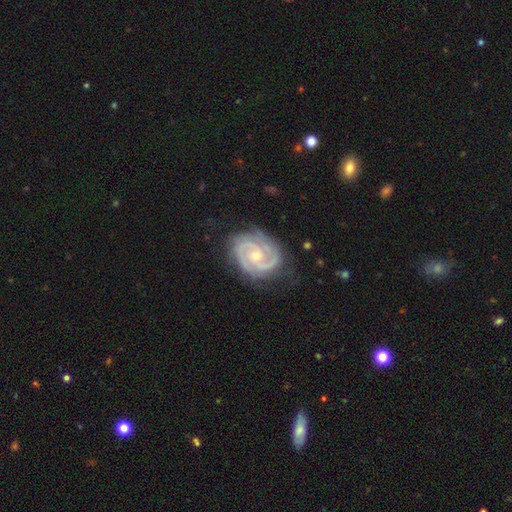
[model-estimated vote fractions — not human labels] A featured or disk galaxy (92%) with no bar (62%), 2 (65%) tight (65%) spiral arms (98%) and a small central bulge (55%).

Vote fractions:
- Smooth or featured? featured or disk: 92% / smooth: 4% / star or artifact: 4%
- Edge-on disk? no: 98% / yes: 2%
- Bar? no: 62% / weak: 31% / strong: 7%
- Spiral arms? yes: 98% / no: 2%
- Spiral winding? tight: 65% / medium: 31% / loose: 4%
- Spiral arm count? 2: 65% / 3: 21% / can't tell: 6% / 4: 3% / 1: 3% / more than 4: 3%
- Bulge size? small: 55% / moderate: 42% / none: 2% / large: 1% / dominant: 1%
- Merging? none: 76% / minor disturbance: 17% / major disturbance: 5% / merger: 1%